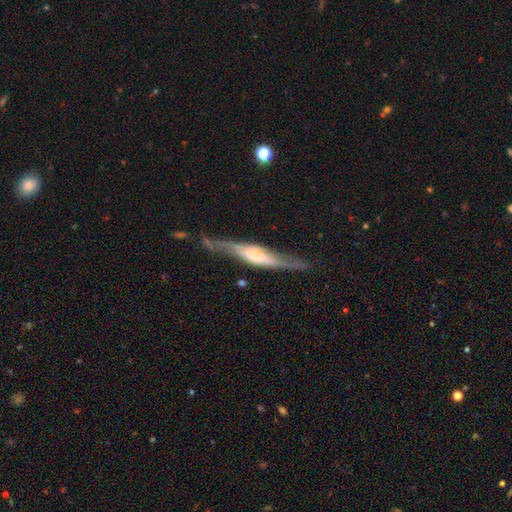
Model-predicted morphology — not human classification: Smooth or featured: featured or disk — 77% (smooth — 18%)
Edge-on disk: yes — 85% (no — 15%)
Edge-on bulge: rounded — 61% (boxy — 27%)
Merging: none — 71% (minor disturbance — 19%)